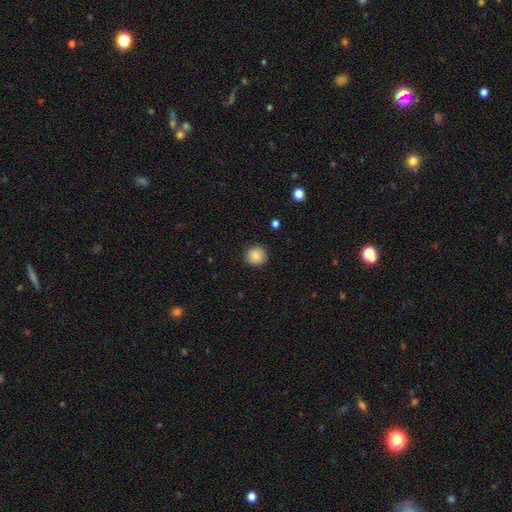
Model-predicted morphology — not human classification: Smooth or featured? smooth (87%)
How rounded? round (93%)
Merging? none (91%)